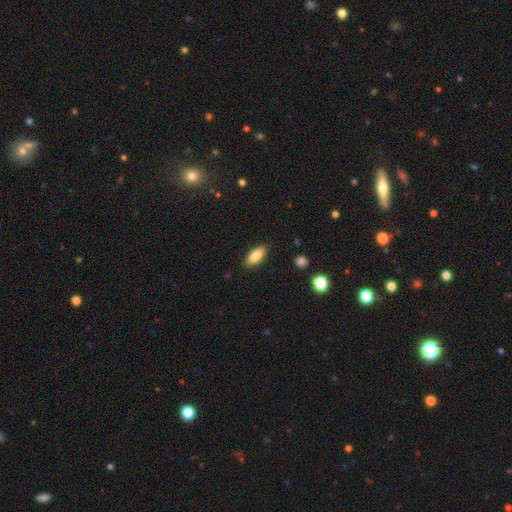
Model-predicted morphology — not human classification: type=smooth (83%); roundness=in between (83%); merging=none (88%).